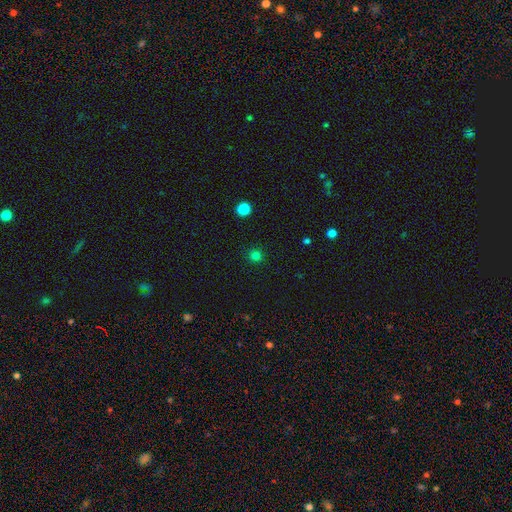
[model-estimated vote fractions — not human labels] Smooth or featured? Predicted: smooth (p=0.78). How rounded? Predicted: round (p=0.94). Merging? Predicted: none (p=0.90).